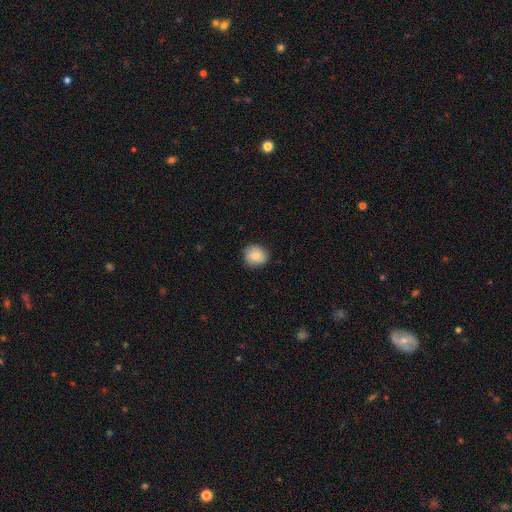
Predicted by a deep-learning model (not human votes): Smooth or featured? smooth (80%)
How rounded? round (83%)
Merging? none (84%)